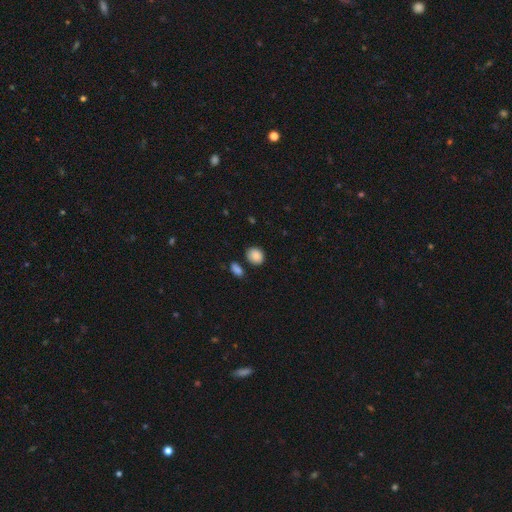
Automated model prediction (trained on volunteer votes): A smooth galaxy with no disk features (86%) that is round (56%).

Vote fractions:
- Smooth or featured? smooth: 86% / star or artifact: 8% / featured or disk: 6%
- How rounded? round: 56% / in between: 43% / cigar-shaped: 1%
- Merging? none: 78% / minor disturbance: 12% / merger: 8% / major disturbance: 3%